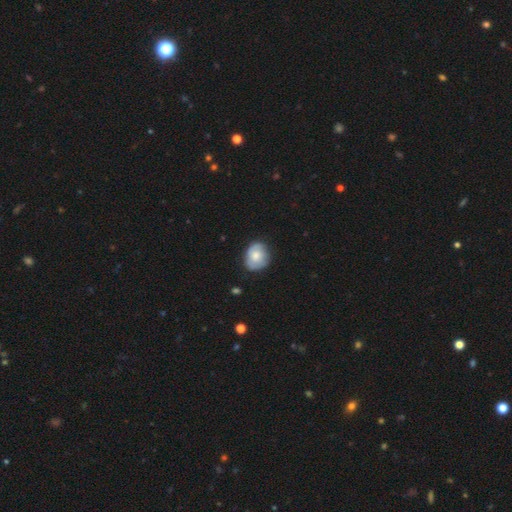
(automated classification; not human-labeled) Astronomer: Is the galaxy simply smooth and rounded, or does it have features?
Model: smooth — 58% (runner-up: featured or disk, 35%).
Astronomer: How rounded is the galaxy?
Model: round — 60% (runner-up: in between, 39%).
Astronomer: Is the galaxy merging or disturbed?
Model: none — 73%.